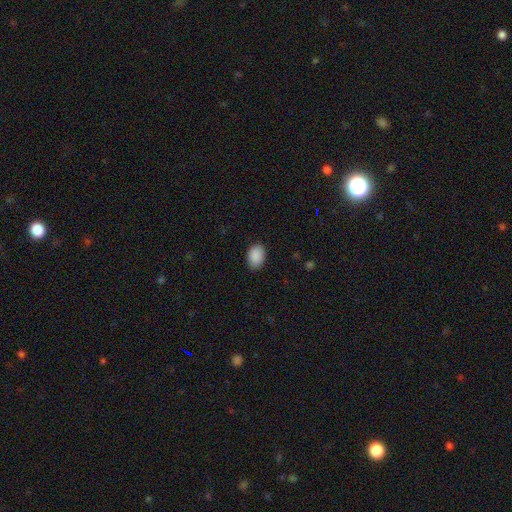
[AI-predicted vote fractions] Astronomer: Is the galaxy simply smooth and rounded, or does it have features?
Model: smooth — 90%.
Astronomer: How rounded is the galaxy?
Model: in between — 82%.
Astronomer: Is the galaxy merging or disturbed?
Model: none — 86%.